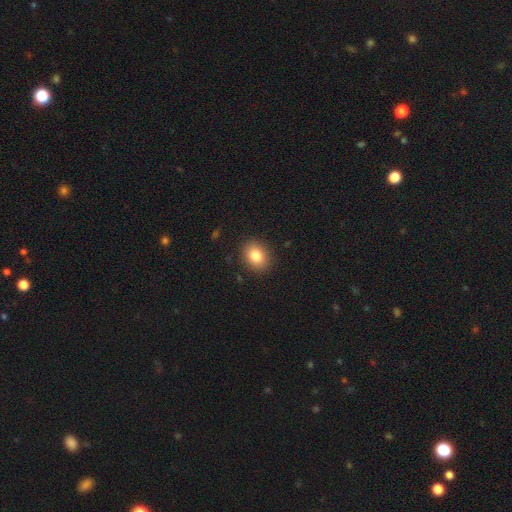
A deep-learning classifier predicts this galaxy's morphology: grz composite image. It shows a smooth galaxy with no disk features (83%) that is in between round and cigar-shaped (50%). Merging: none (89%).